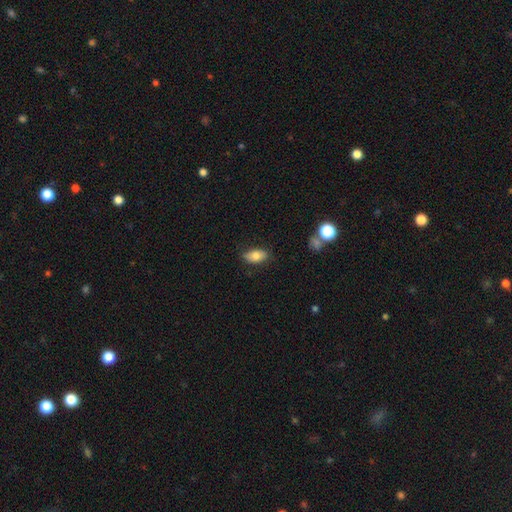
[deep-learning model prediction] smooth-or-featured: smooth: 79% | featured or disk: 14% | star or artifact: 8%
  how-rounded: in between: 90% | round: 5% | cigar-shaped: 5%
  merging: none: 81% | minor disturbance: 15% | major disturbance: 3% | merger: 1%